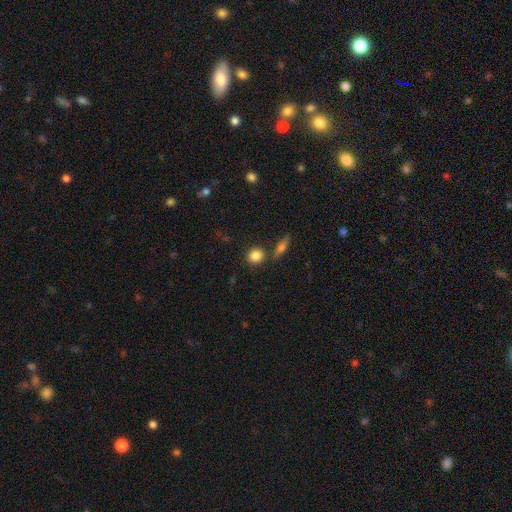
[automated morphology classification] A smooth galaxy with no disk features (84%) that is round (80%). Merging: none (75%).